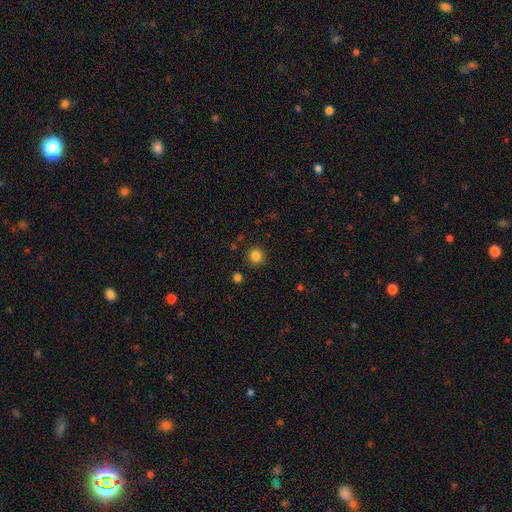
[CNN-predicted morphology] type=smooth (83%); roundness=round (93%); merging=none (89%).